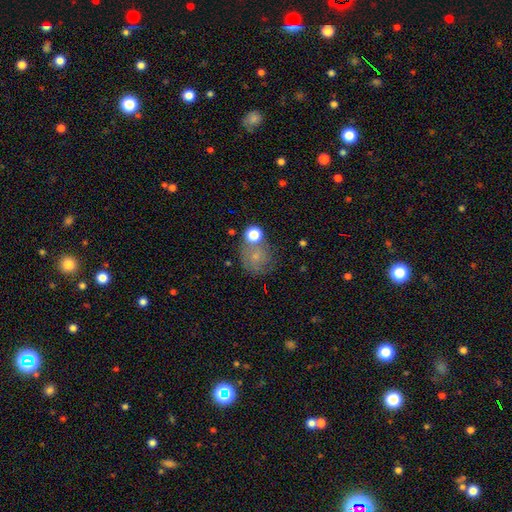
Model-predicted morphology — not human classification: type=smooth (59%); roundness=round (79%); merging=none (52%).